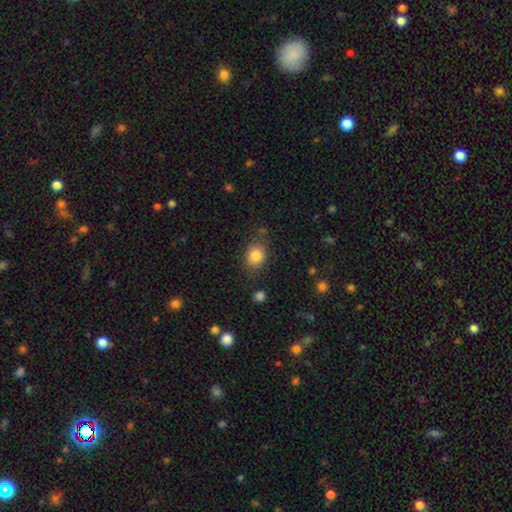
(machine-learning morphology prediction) This is clearly a smooth galaxy (84%). How rounded: possibly in between (55%). Merging: likely none (77%).